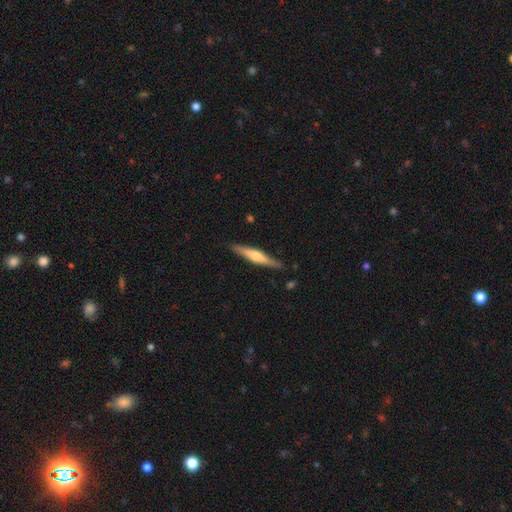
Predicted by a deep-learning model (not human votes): Smooth or featured? Predicted: featured or disk (p=0.54). Edge-on disk? Predicted: yes (p=0.95). Edge-on bulge? Predicted: rounded (p=0.79). Merging? Predicted: none (p=0.86).